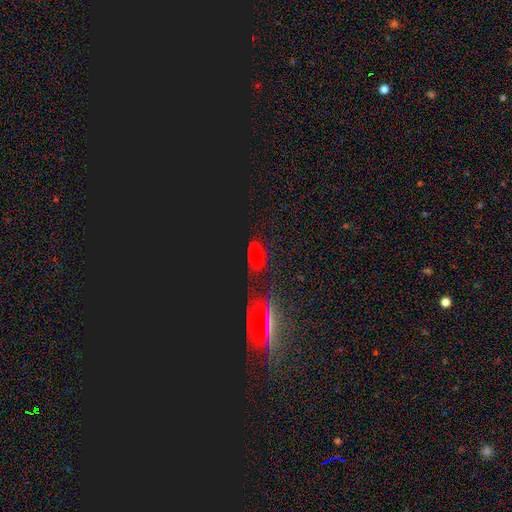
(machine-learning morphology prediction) type=smooth (45%); merging=none (72%).